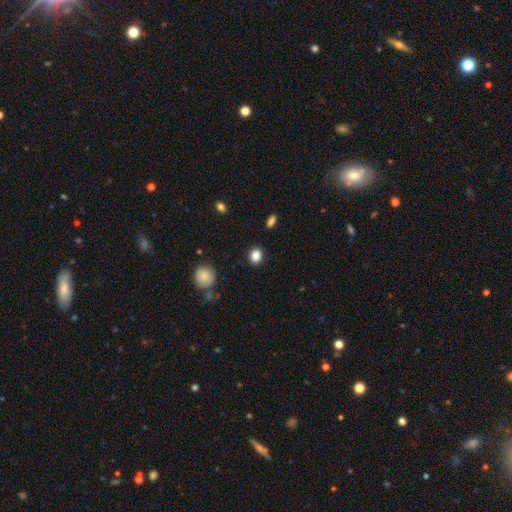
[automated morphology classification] smooth 86%, star or artifact 10%, featured or disk 4%. Down the decision tree: how rounded — round (62%); merging — none (89%).